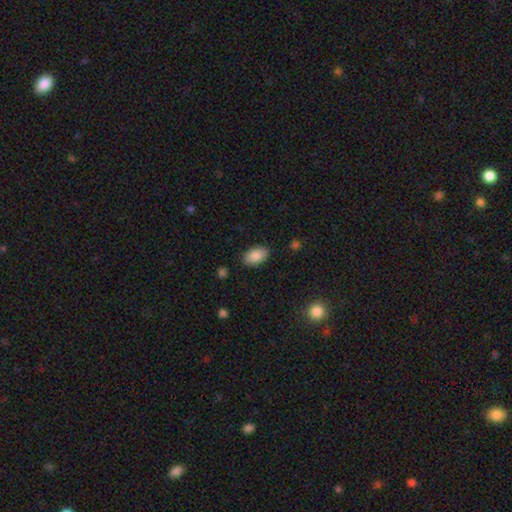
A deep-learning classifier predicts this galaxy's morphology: smooth_or_featured: smooth (p=0.85) [alt: featured or disk p=0.09]
how_rounded: in between (p=0.93) [alt: round p=0.05]
merging: none (p=0.86) [alt: minor disturbance p=0.11]